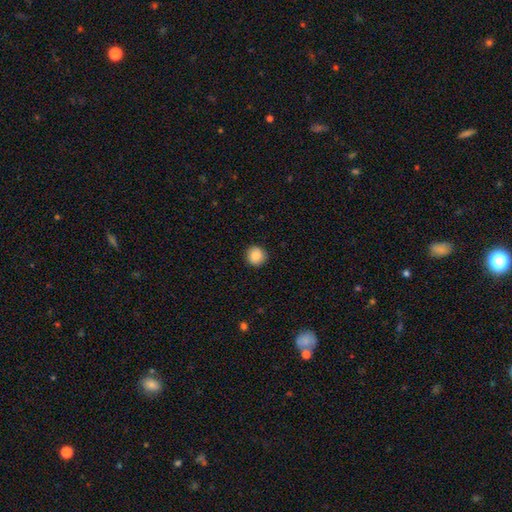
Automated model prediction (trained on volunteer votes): A smooth galaxy with no disk features (87%) that is round (92%).

Vote fractions:
- Smooth or featured? smooth: 87% / star or artifact: 8% / featured or disk: 5%
- How rounded? round: 92% / in between: 7% / cigar-shaped: 1%
- Merging? none: 89% / minor disturbance: 8% / major disturbance: 2% / merger: 1%